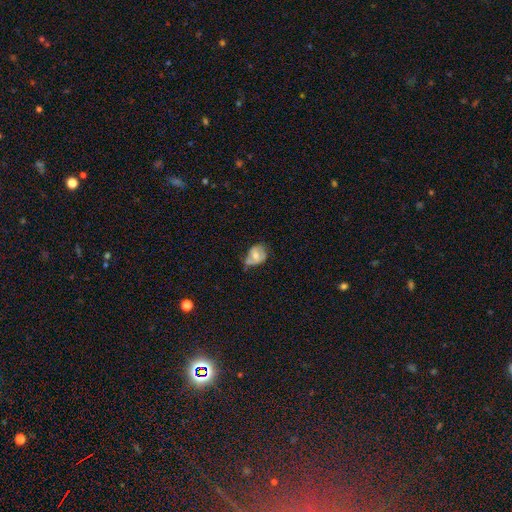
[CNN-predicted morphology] smooth-or-featured: smooth: 50% | featured or disk: 41% | star or artifact: 8%
  how-rounded: in between: 57% | round: 42% | cigar-shaped: 1%
  merging: minor disturbance: 40% | none: 37% | major disturbance: 17% | merger: 7%